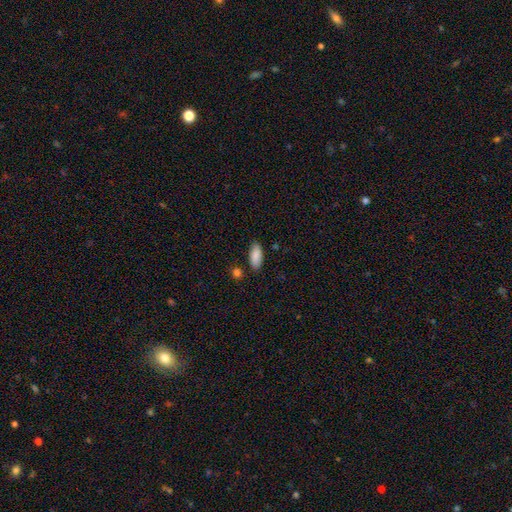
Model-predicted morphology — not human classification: A smooth galaxy with no disk features (88%) that is in between round and cigar-shaped (85%).

Vote fractions:
- Smooth or featured? smooth: 88% / star or artifact: 6% / featured or disk: 5%
- How rounded? in between: 85% / cigar-shaped: 13% / round: 2%
- Merging? none: 83% / minor disturbance: 11% / merger: 4% / major disturbance: 2%